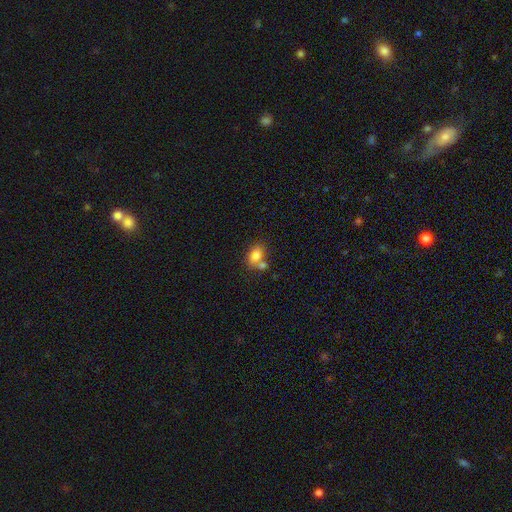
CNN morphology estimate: The model was most divided on "merging": none: 49%, merger: 34%, minor disturbance: 13%, major disturbance: 5%. More confident: smooth or featured — smooth (80%); how rounded — in between (77%).